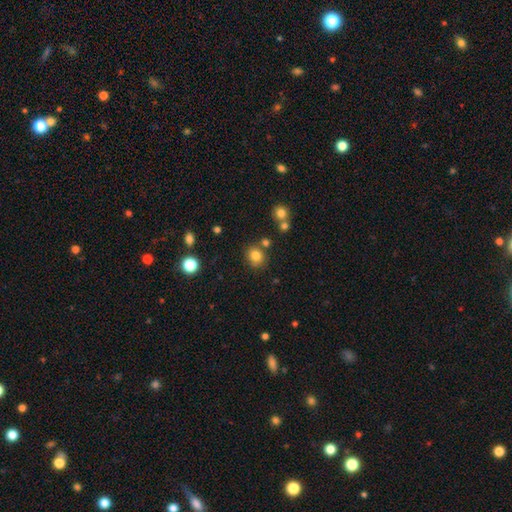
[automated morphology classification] smooth-or-featured: smooth: 81% | star or artifact: 13% | featured or disk: 7%
  how-rounded: round: 80% | in between: 19% | cigar-shaped: 1%
  merging: none: 77% | minor disturbance: 11% | merger: 8% | major disturbance: 3%